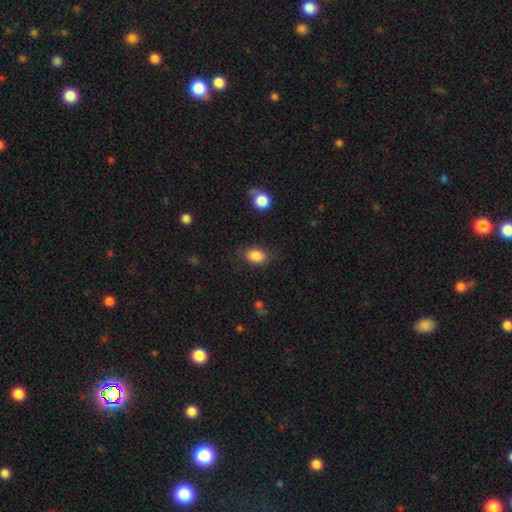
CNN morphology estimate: Smooth or featured: smooth — 86% (star or artifact — 8%)
How rounded: in between — 79% (round — 19%)
Merging: none — 80% (minor disturbance — 13%)